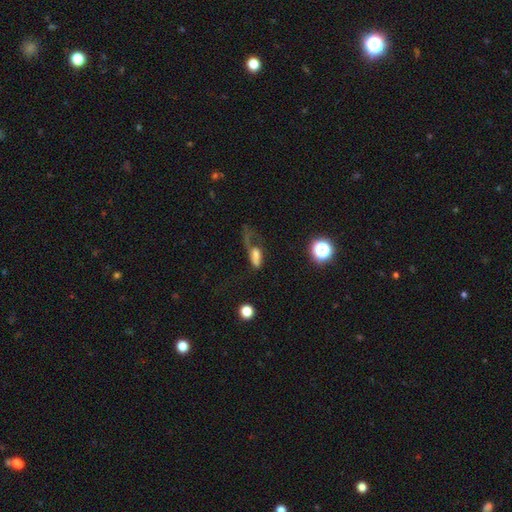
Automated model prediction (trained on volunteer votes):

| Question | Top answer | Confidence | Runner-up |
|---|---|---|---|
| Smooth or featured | smooth | 57% | featured or disk (28%) |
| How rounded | in between | 68% | cigar-shaped (21%) |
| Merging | major disturbance | 59% | none (18%) |